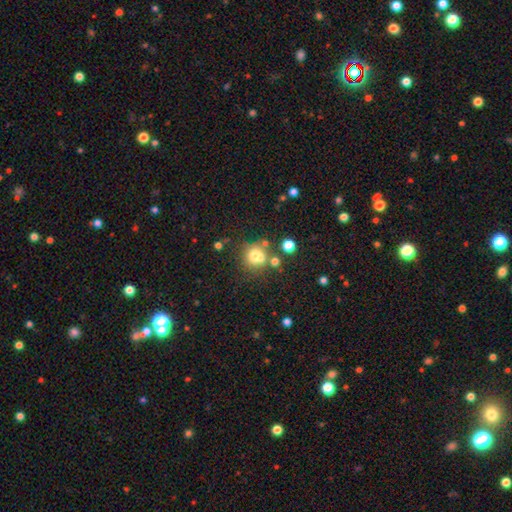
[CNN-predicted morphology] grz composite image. It shows a smooth galaxy with no disk features (72%) that is round (83%). Merging: none (56%).